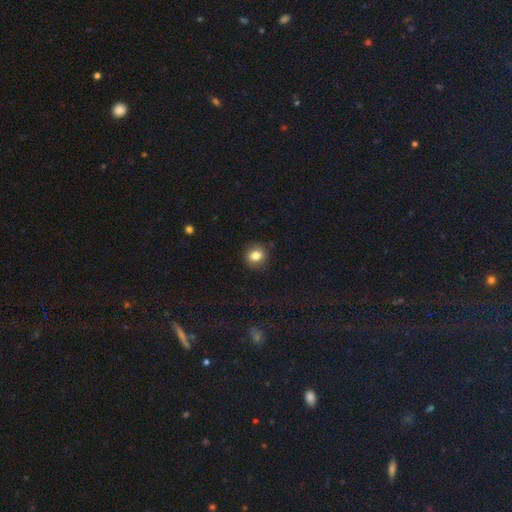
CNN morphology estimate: This appears to be a smooth galaxy with no disk features (81%) that is round (80%). Merging: none (88%).